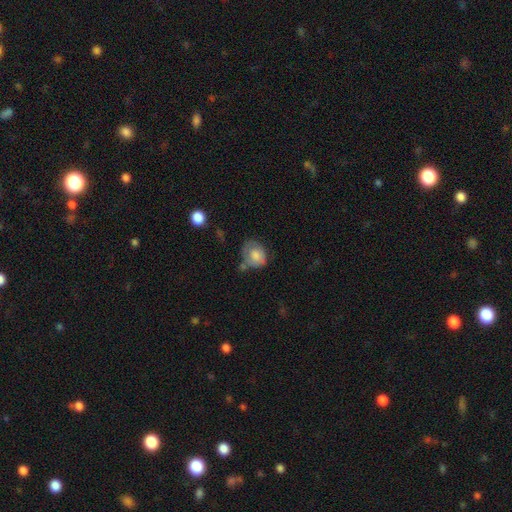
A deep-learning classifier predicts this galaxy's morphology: Smooth or featured: smooth — 67% (featured or disk — 26%)
How rounded: in between — 50% (tied with round — 50%)
Merging: none — 39% (minor disturbance — 32%)